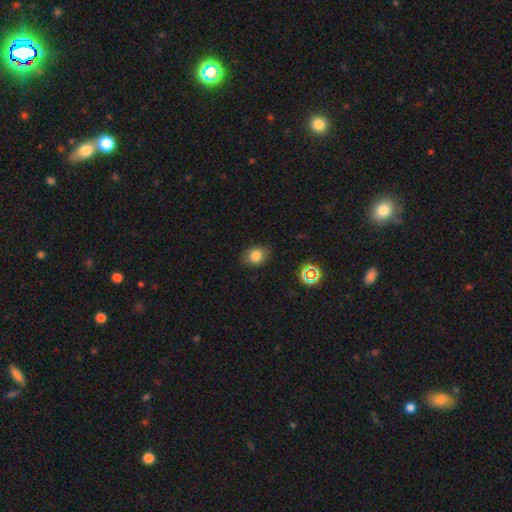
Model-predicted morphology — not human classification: Overall: smooth (80%). How rounded: in between (51%; round 48%). Merging: none (82%).